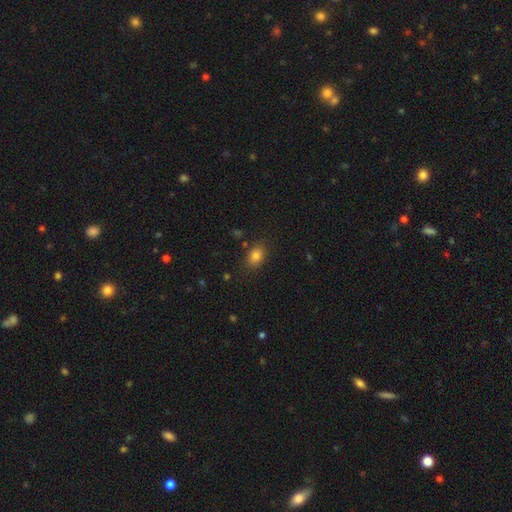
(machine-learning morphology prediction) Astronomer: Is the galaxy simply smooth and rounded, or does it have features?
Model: smooth — 80%.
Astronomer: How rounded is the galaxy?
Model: in between — 69%.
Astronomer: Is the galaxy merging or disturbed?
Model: none — 82%.